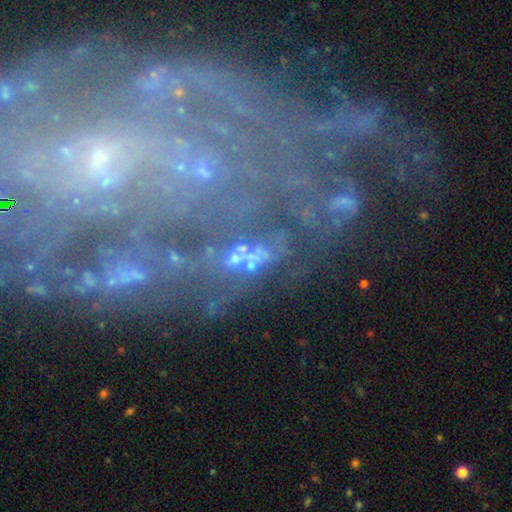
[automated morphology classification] Smooth or featured: star or artifact — 40% (featured or disk — 38%)